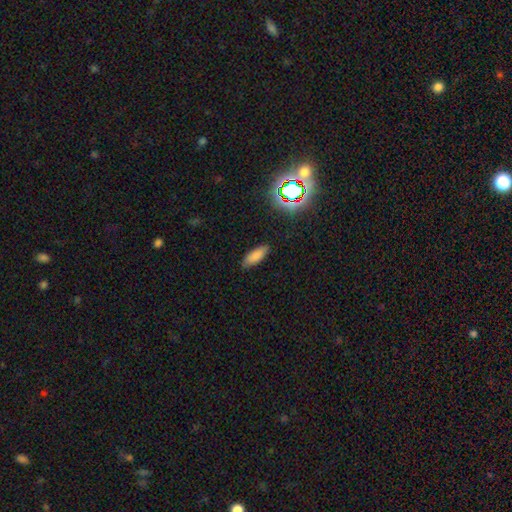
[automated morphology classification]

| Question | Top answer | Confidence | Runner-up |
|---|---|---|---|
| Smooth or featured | smooth | 82% | star or artifact (11%) |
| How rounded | in between | 68% | cigar-shaped (29%) |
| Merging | none | 86% | minor disturbance (11%) |